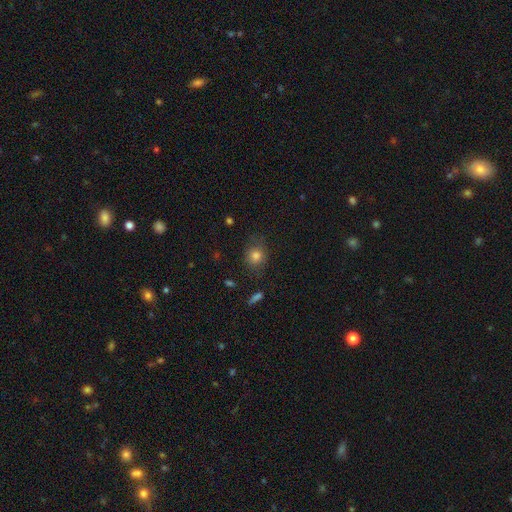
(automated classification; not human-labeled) A smooth galaxy with no disk features (80%) that is round (72%).

Vote fractions:
- Smooth or featured? smooth: 80% / star or artifact: 12% / featured or disk: 8%
- How rounded? round: 72% / in between: 27% / cigar-shaped: 1%
- Merging? none: 75% / minor disturbance: 18% / major disturbance: 5% / merger: 2%